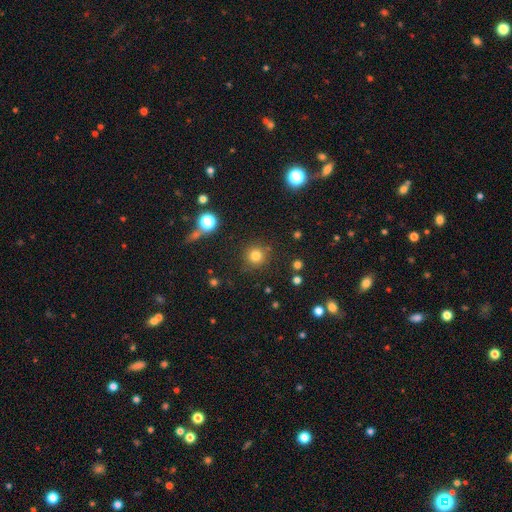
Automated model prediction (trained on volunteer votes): Smooth or featured? smooth (79%)
How rounded? round (94%)
Merging? none (86%)